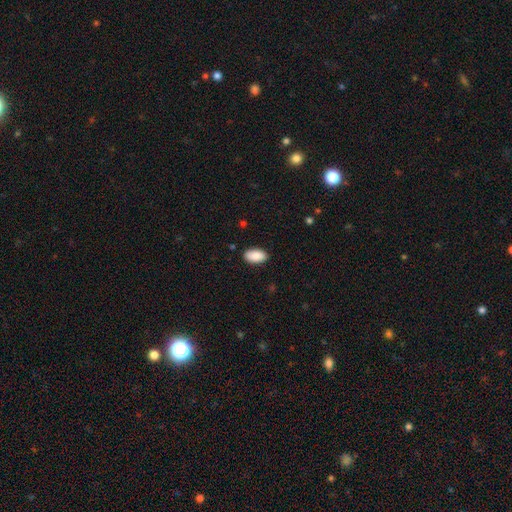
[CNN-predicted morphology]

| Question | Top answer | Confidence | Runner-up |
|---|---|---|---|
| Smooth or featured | smooth | 88% | star or artifact (6%) |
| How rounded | in between | 95% | round (3%) |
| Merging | none | 87% | minor disturbance (10%) |